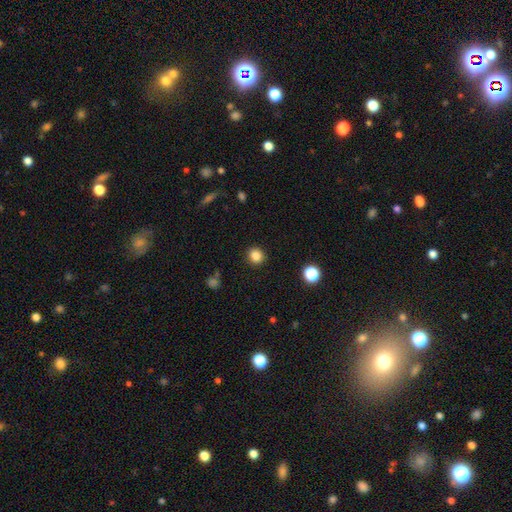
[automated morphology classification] A smooth galaxy with no disk features (85%) that is round (86%).

Vote fractions:
- Smooth or featured? smooth: 85% / star or artifact: 11% / featured or disk: 4%
- How rounded? round: 86% / in between: 13% / cigar-shaped: 1%
- Merging? none: 90% / minor disturbance: 6% / major disturbance: 2% / merger: 1%